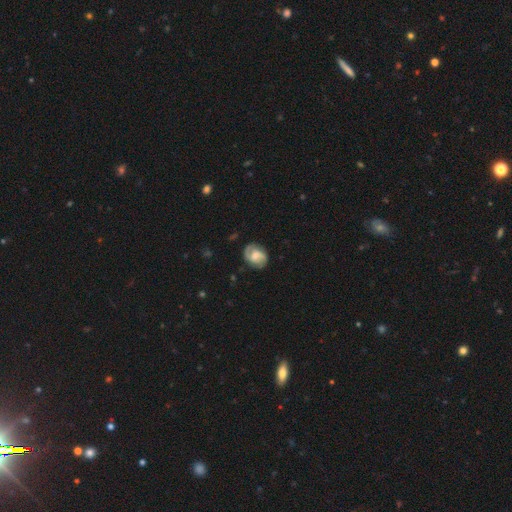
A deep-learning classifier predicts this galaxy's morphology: The model was most divided on "bar": weak: 47%, no: 40%, strong: 13%. Remaining: edge-on disk — no (97%); spiral arms — yes (93%); spiral arm count — 2 (86%); merging — none (79%); smooth or featured — featured or disk (71%); bulge size — moderate (51%); spiral winding — medium (47%).